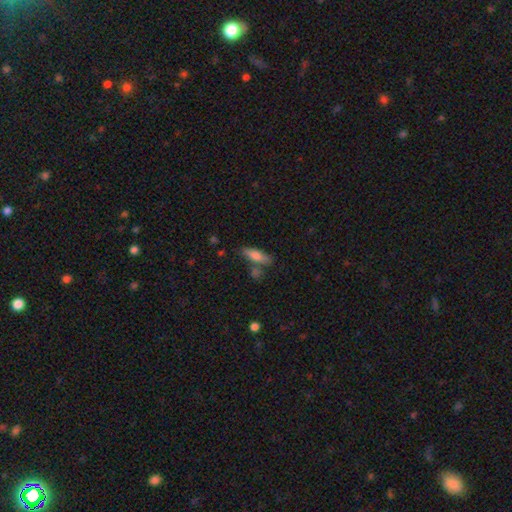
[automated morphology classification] smooth_or_featured: smooth (p=0.70) [alt: featured or disk p=0.23]
how_rounded: cigar-shaped (p=0.56) [alt: in between p=0.41]
merging: none (p=0.67) [alt: minor disturbance p=0.16]